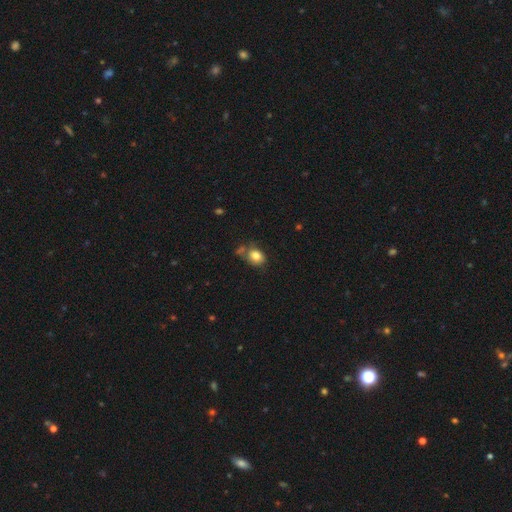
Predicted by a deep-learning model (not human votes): Morphology: type=smooth (82%); roundness=in between (55%); merging=none (58%).